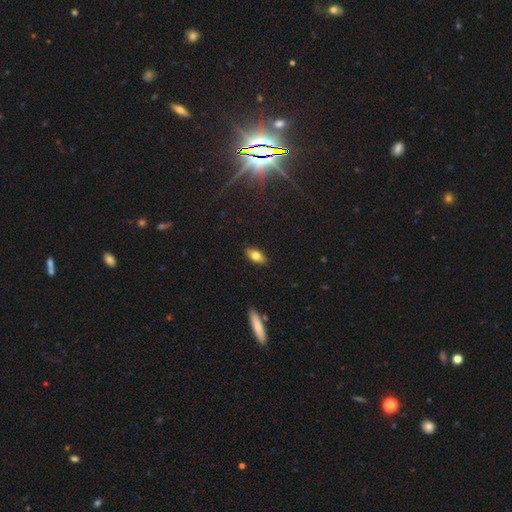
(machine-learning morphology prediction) A smooth galaxy with no disk features (74%) that is in between round and cigar-shaped (86%).

Vote fractions:
- Smooth or featured? smooth: 74% / featured or disk: 18% / star or artifact: 8%
- How rounded? in between: 86% / cigar-shaped: 10% / round: 4%
- Merging? none: 87% / minor disturbance: 10% / major disturbance: 2% / merger: 1%